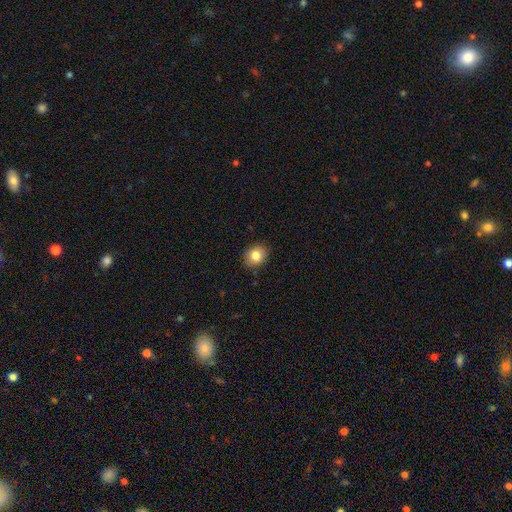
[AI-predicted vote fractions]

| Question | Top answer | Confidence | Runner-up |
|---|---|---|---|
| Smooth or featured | smooth | 81% | star or artifact (10%) |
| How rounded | round | 60% | in between (39%) |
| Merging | none | 87% | minor disturbance (10%) |